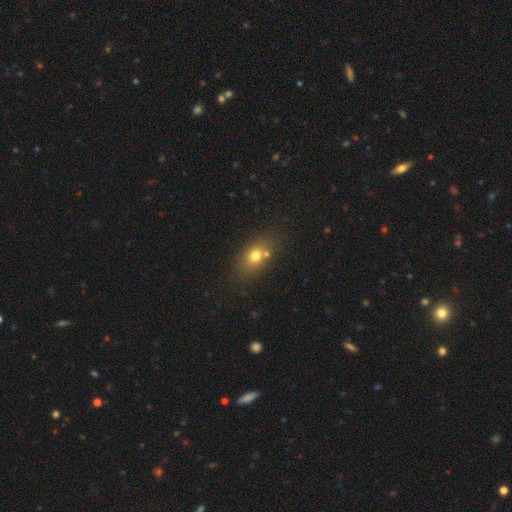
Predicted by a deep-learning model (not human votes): The model was most divided on "how rounded": in between: 64%, round: 32%, cigar-shaped: 3%. More confident: smooth or featured — smooth (71%); merging — none (64%).